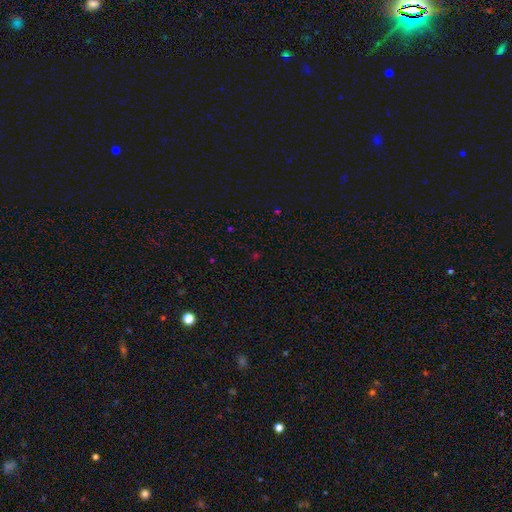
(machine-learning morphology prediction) Q: Smooth or featured?
A: star or artifact (60%); runner-up: smooth (33%)